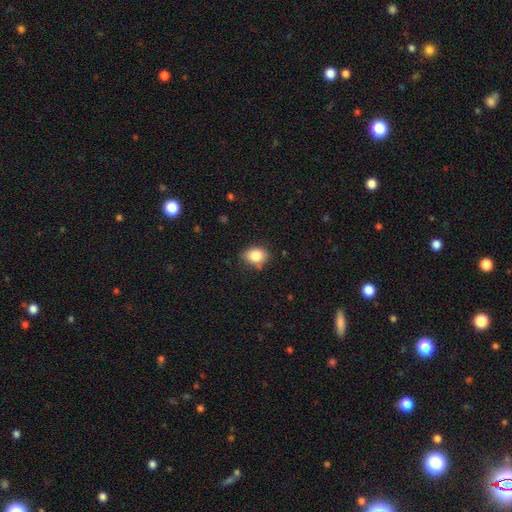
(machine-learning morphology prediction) A smooth galaxy with no disk features (84%) that is in between round and cigar-shaped (61%).

Vote fractions:
- Smooth or featured? smooth: 84% / star or artifact: 9% / featured or disk: 7%
- How rounded? in between: 61% / round: 38% / cigar-shaped: 1%
- Merging? none: 76% / minor disturbance: 17% / merger: 4% / major disturbance: 3%